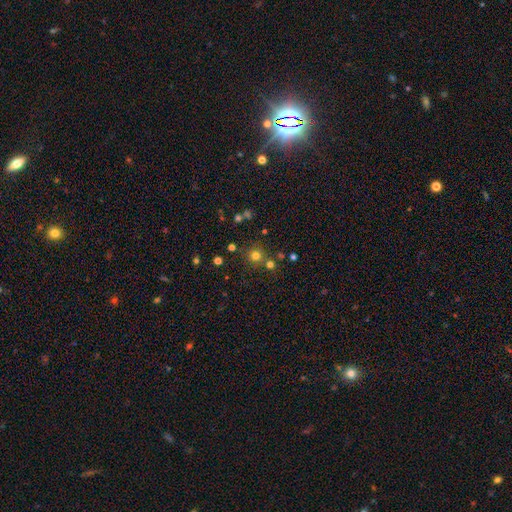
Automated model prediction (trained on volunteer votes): The model was most divided on "smooth or featured": smooth: 72%, star or artifact: 21%, featured or disk: 7%. More confident: how rounded — round (93%); merging — none (79%).